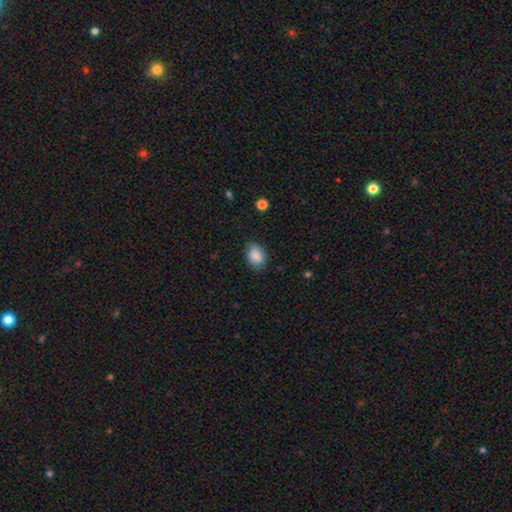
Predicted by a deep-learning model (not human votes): smooth 86%, star or artifact 8%, featured or disk 6%. Down the decision tree: how rounded — in between (69%); merging — none (77%).